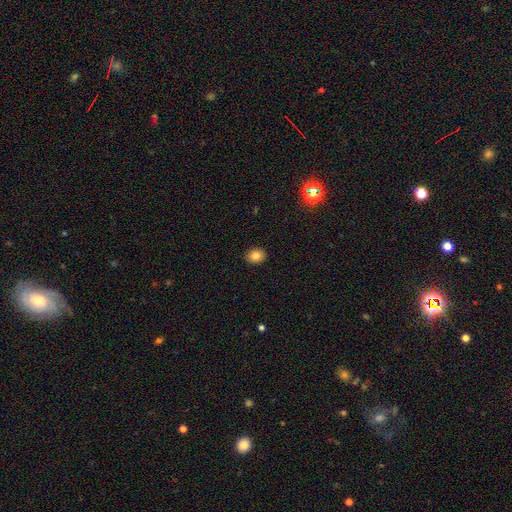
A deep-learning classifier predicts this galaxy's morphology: Smooth or featured: smooth — 81% (star or artifact — 11%)
How rounded: in between — 51% (round — 48%)
Merging: none — 90% (minor disturbance — 7%)